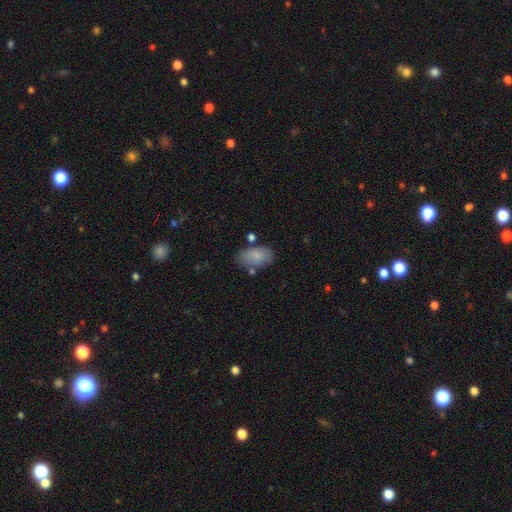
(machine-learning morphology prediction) Smooth or featured? smooth (81%)
How rounded? in between (93%)
Merging? none (66%)